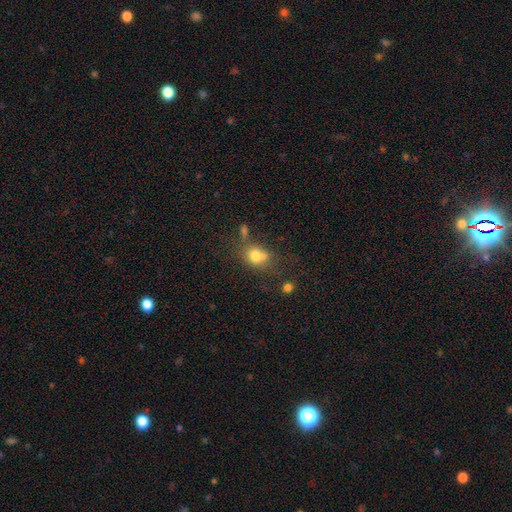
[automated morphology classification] This is likely a smooth galaxy (73%). How rounded: possibly round (56%). Merging: marginally none (45%).